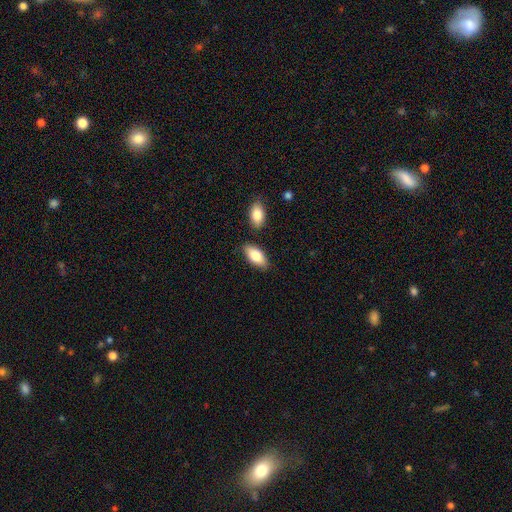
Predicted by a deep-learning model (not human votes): smooth_or_featured: smooth (p=0.83) [alt: featured or disk p=0.11]
how_rounded: in between (p=0.89) [alt: cigar-shaped p=0.08]
merging: none (p=0.80) [alt: minor disturbance p=0.12]